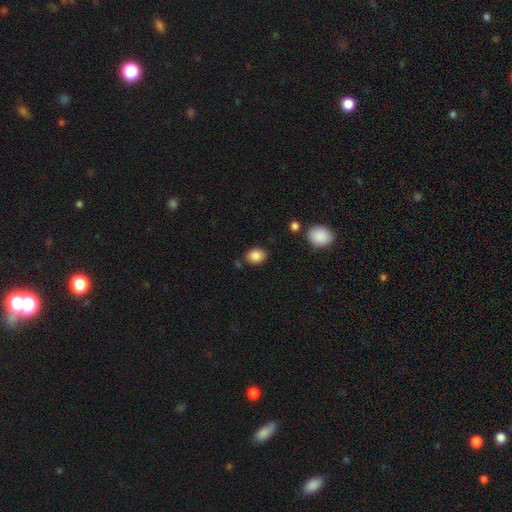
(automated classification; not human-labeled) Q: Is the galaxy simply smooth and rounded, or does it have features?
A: smooth — 87%.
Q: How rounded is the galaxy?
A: in between — 57%.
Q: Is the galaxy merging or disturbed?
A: none — 81%.